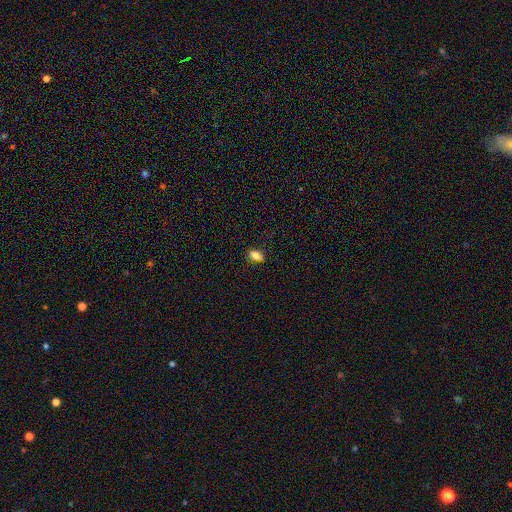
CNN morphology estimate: smooth-or-featured: smooth: 80% | star or artifact: 12% | featured or disk: 9%
  how-rounded: in between: 81% | round: 12% | cigar-shaped: 8%
  merging: none: 83% | minor disturbance: 12% | major disturbance: 3% | merger: 2%